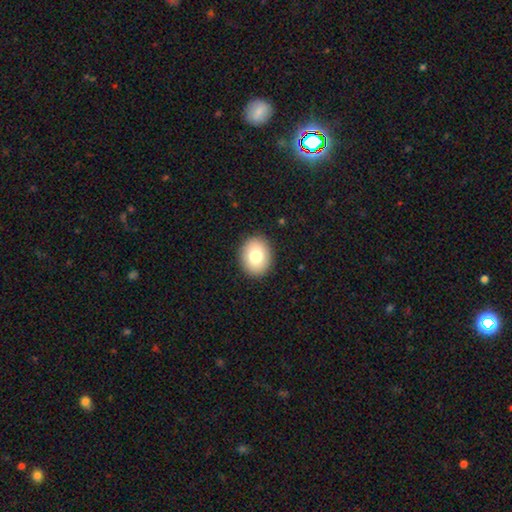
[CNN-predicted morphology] Smooth or featured?
  - smooth: 80% *
  - featured or disk: 12%
  - star or artifact: 9%
How rounded?
  - round: 51% *
  - in between: 48%
  - cigar-shaped: 1%
Merging?
  - none: 91% *
  - minor disturbance: 6%
  - major disturbance: 2%
  - merger: 1%